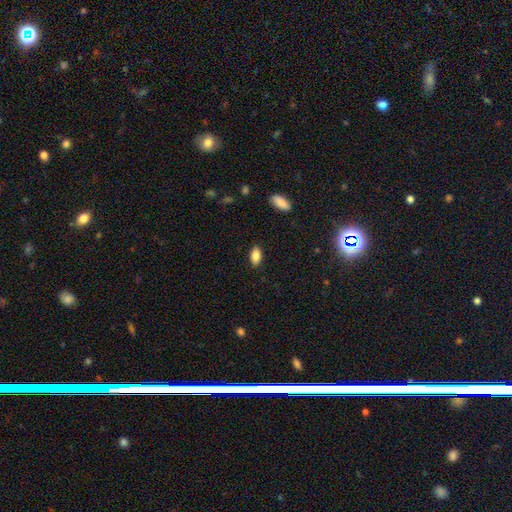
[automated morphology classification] The model was most divided on "merging": none: 87%, minor disturbance: 10%, major disturbance: 2%, merger: 1%. More confident: how rounded — in between (91%); smooth or featured — smooth (87%).